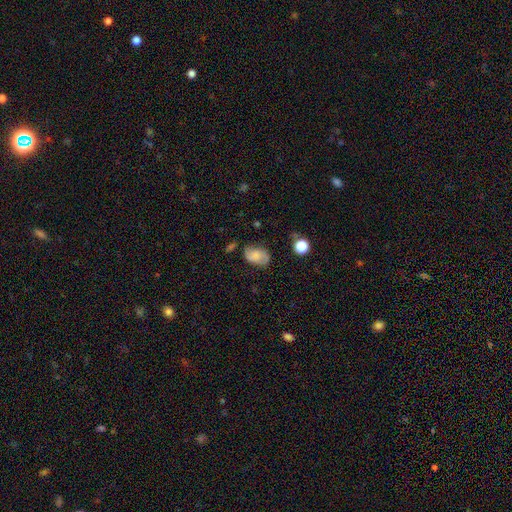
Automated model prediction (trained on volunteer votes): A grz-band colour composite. It shows a smooth galaxy with no disk features (52%) that is in between round and cigar-shaped (85%). Merging: none (67%).